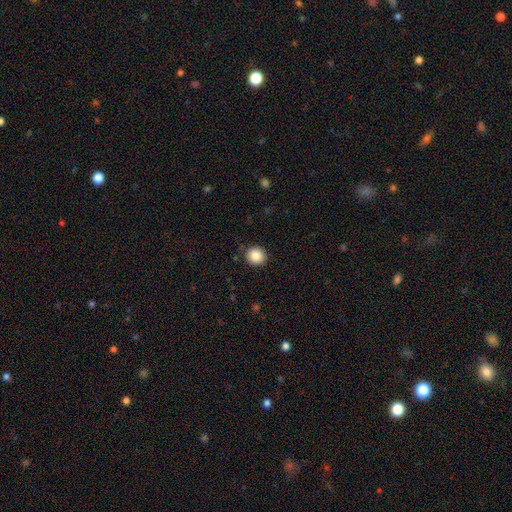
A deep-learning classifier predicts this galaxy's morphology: Smooth or featured: smooth — 86% (star or artifact — 9%)
How rounded: round — 89% (in between — 10%)
Merging: none — 89% (minor disturbance — 8%)